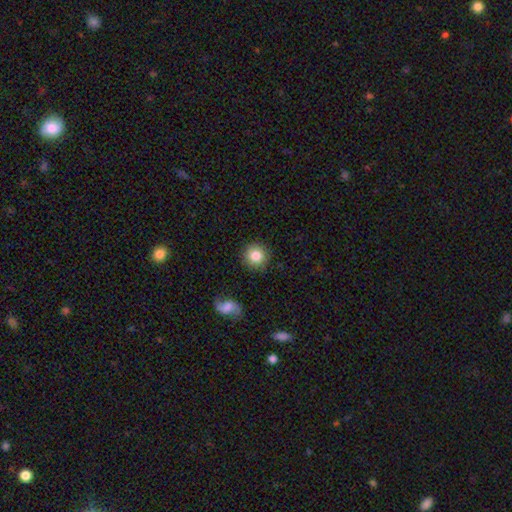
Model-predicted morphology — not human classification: A smooth galaxy with no disk features (83%) that is round (93%).

Vote fractions:
- Smooth or featured? smooth: 83% / star or artifact: 9% / featured or disk: 8%
- How rounded? round: 93% / in between: 6% / cigar-shaped: 1%
- Merging? none: 88% / minor disturbance: 8% / major disturbance: 2% / merger: 2%